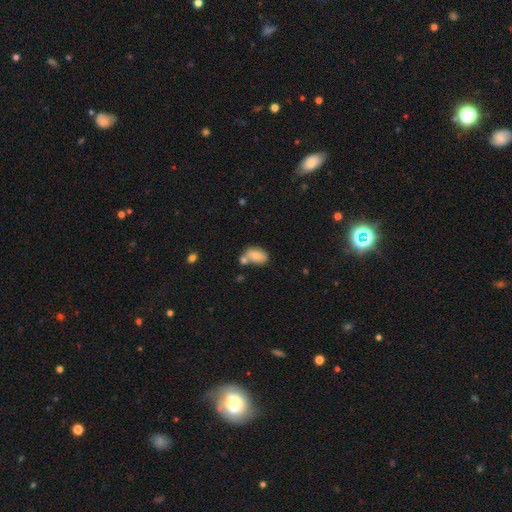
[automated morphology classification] Smooth or featured?
  - smooth: 77% *
  - featured or disk: 15%
  - star or artifact: 8%
How rounded?
  - in between: 88% *
  - round: 10%
  - cigar-shaped: 2%
Merging?
  - none: 43% *
  - merger: 36%
  - minor disturbance: 16%
  - major disturbance: 5%